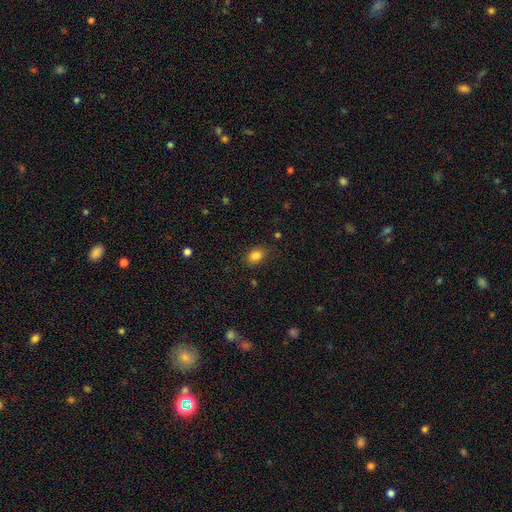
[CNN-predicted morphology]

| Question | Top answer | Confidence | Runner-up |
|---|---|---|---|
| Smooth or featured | smooth | 85% | star or artifact (10%) |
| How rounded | in between | 78% | round (21%) |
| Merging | none | 83% | minor disturbance (12%) |